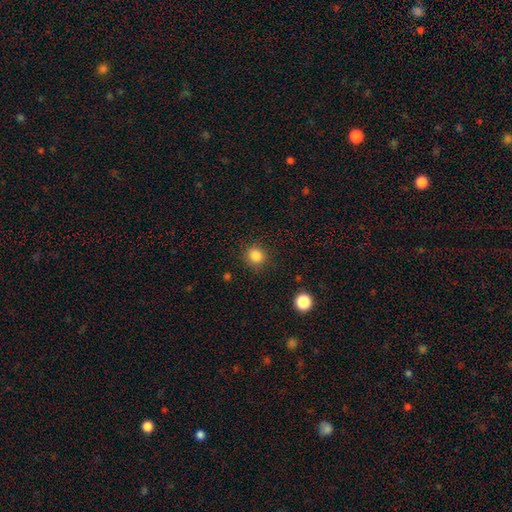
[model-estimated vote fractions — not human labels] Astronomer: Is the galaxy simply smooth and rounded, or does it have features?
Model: smooth — 84%.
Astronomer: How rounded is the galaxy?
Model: round — 90%.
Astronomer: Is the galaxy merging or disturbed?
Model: none — 89%.